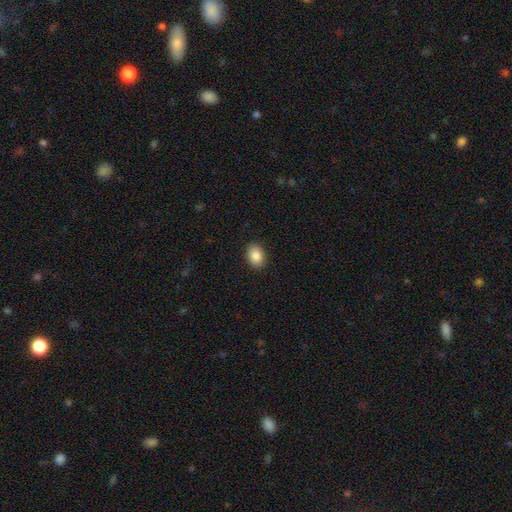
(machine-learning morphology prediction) Smooth or featured? Predicted: smooth (p=0.88). How rounded? Predicted: in between (p=0.73). Merging? Predicted: none (p=0.90).